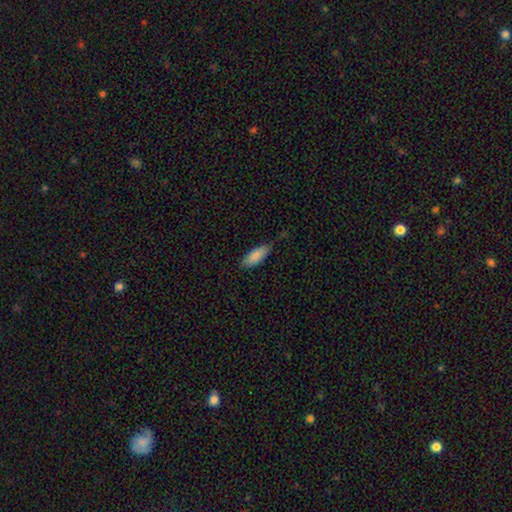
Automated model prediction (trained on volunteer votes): smooth 87%, featured or disk 7%, star or artifact 6%. Down the decision tree: how rounded — in between (76%); merging — none (62%).